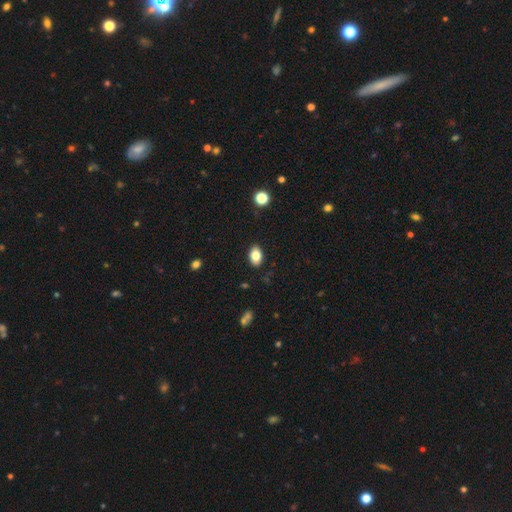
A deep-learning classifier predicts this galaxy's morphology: This appears to be a smooth galaxy with no disk features (82%) that is in between round and cigar-shaped (88%). Merging: none (89%).